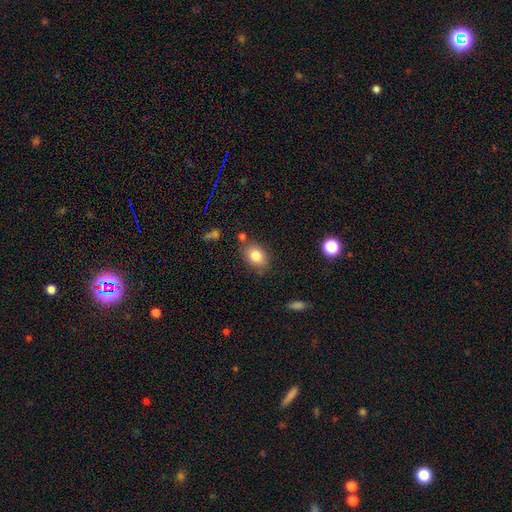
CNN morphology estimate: This appears to be a smooth galaxy with no disk features (82%) that is in between round and cigar-shaped (71%). Merging: none (74%).